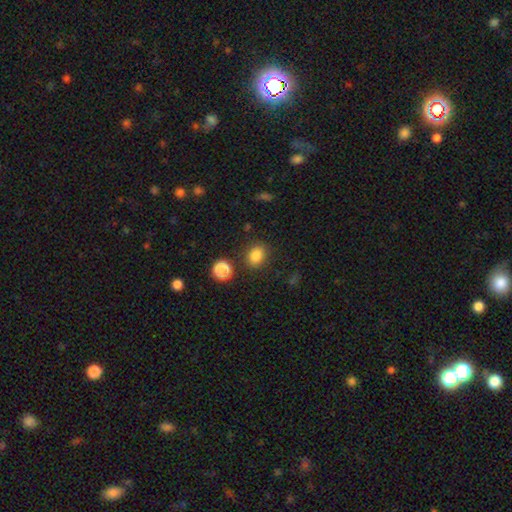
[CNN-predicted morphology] Smooth or featured? Predicted: smooth (p=0.82). How rounded? Predicted: round (p=0.51). Merging? Predicted: none (p=0.82).